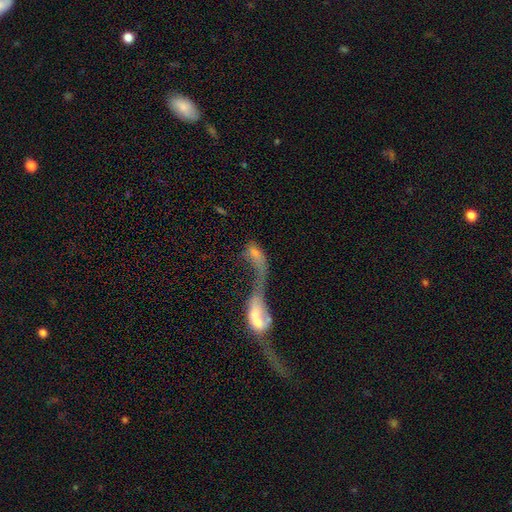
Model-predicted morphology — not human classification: Smooth or featured? Predicted: smooth (p=0.50). Merging? Predicted: merger (p=0.71).